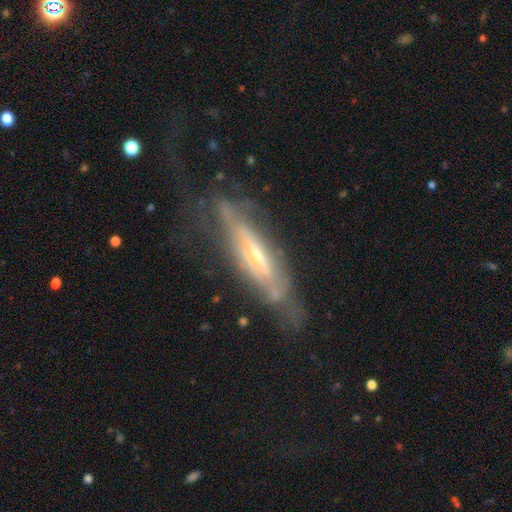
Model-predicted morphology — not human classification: Smooth or featured: featured or disk — 73% (smooth — 19%)
Edge-on disk: no — 53% (yes — 47%)
Merging: none — 50% (minor disturbance — 24%)